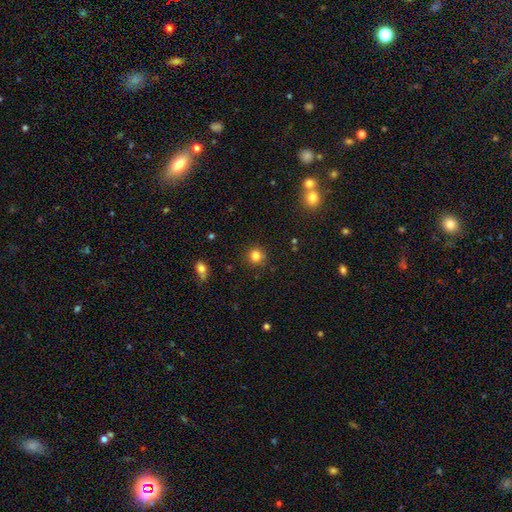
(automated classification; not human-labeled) A smooth galaxy with no disk features (80%) that is round (90%).

Vote fractions:
- Smooth or featured? smooth: 80% / star or artifact: 14% / featured or disk: 6%
- How rounded? round: 90% / in between: 9% / cigar-shaped: 1%
- Merging? none: 83% / minor disturbance: 10% / merger: 3% / major disturbance: 3%